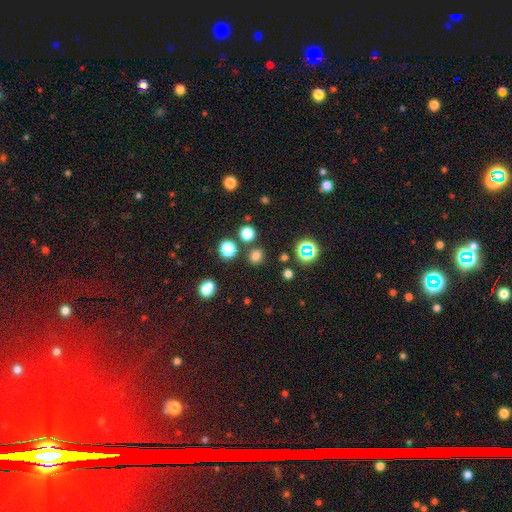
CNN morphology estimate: This appears to be a smooth galaxy with no disk features (71%) that is round (86%). Merging: none (83%).